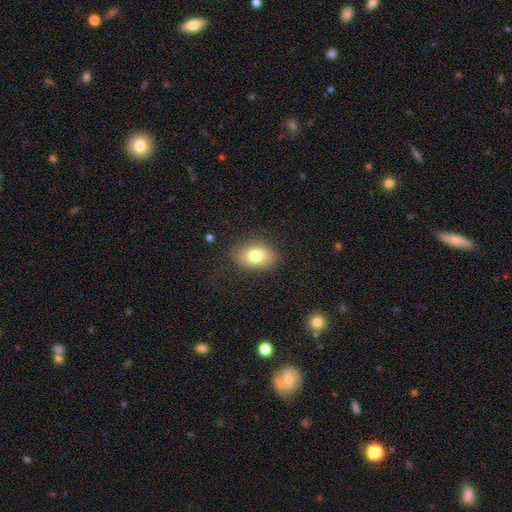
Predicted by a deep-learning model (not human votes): Smooth or featured: smooth — 78% (featured or disk — 13%)
How rounded: in between — 79% (round — 20%)
Merging: none — 81% (minor disturbance — 13%)